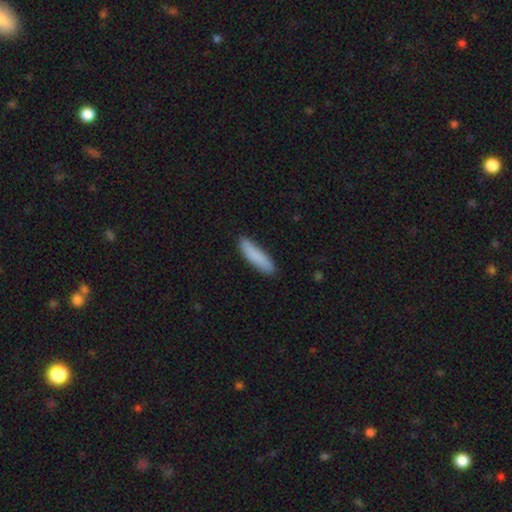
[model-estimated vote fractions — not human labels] smooth 86%, featured or disk 8%, star or artifact 6%. Down the decision tree: how rounded — cigar-shaped (76%); merging — none (84%).